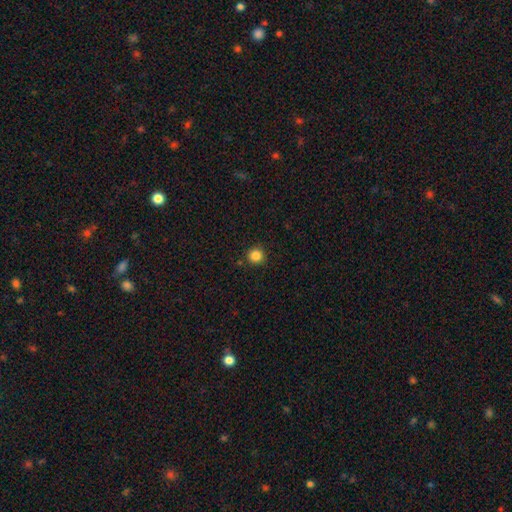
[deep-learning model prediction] Q: Smooth or featured?
A: smooth (85%); runner-up: star or artifact (12%)
Q: How rounded?
A: round (95%); runner-up: in between (4%)
Q: Merging?
A: none (91%); runner-up: minor disturbance (6%)